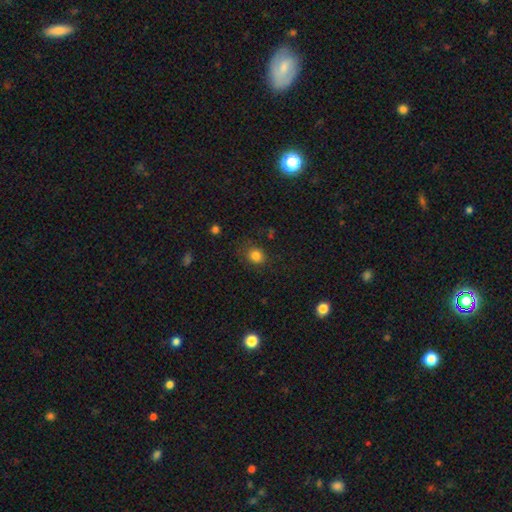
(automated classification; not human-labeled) Smooth or featured?
  - smooth: 82% *
  - star or artifact: 12%
  - featured or disk: 6%
How rounded?
  - round: 74% *
  - in between: 25%
  - cigar-shaped: 1%
Merging?
  - none: 78% *
  - minor disturbance: 15%
  - major disturbance: 6%
  - merger: 2%